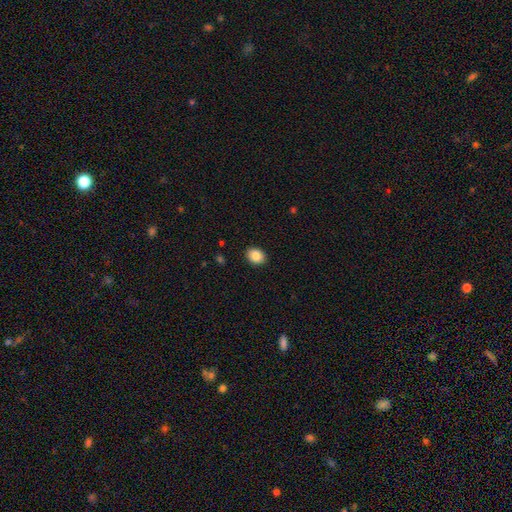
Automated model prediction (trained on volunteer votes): Morphology: type=smooth (87%); roundness=in between (57%); merging=none (91%).